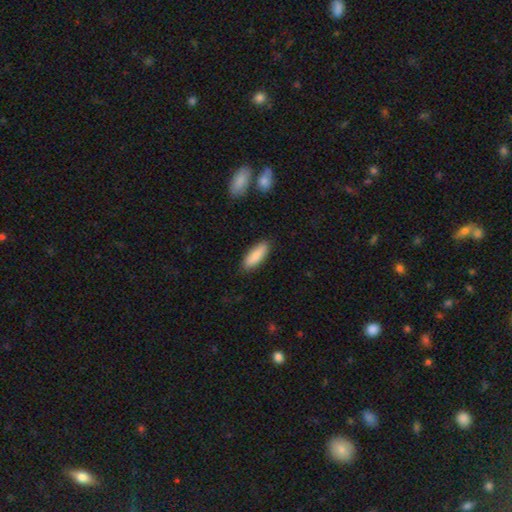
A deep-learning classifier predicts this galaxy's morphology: Smooth or featured?
  - smooth: 86% *
  - featured or disk: 8%
  - star or artifact: 6%
How rounded?
  - in between: 56% *
  - cigar-shaped: 42%
  - round: 2%
Merging?
  - none: 87% *
  - minor disturbance: 9%
  - major disturbance: 2%
  - merger: 1%